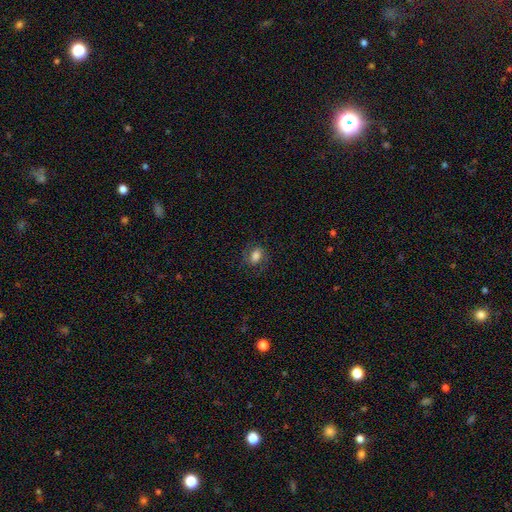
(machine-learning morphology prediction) A smooth galaxy with no disk features (67%) that is in between round and cigar-shaped (69%).

Vote fractions:
- Smooth or featured? smooth: 67% / featured or disk: 23% / star or artifact: 10%
- How rounded? in between: 69% / round: 30% / cigar-shaped: 2%
- Merging? none: 75% / minor disturbance: 15% / major disturbance: 9% / merger: 1%